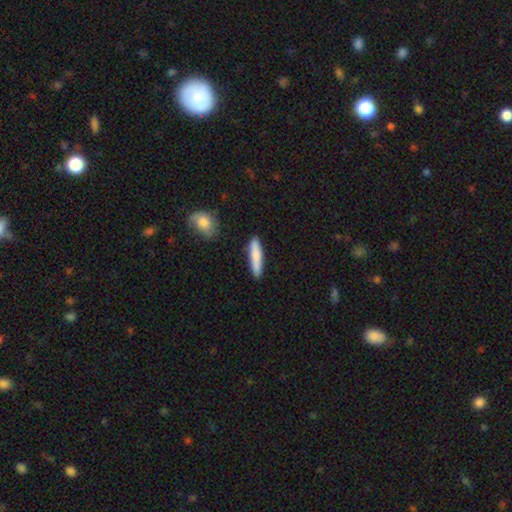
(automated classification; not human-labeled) Smooth or featured?
  - smooth: 82% *
  - featured or disk: 12%
  - star or artifact: 6%
How rounded?
  - cigar-shaped: 85% *
  - in between: 13%
  - round: 1%
Merging?
  - none: 87% *
  - minor disturbance: 9%
  - merger: 2%
  - major disturbance: 2%